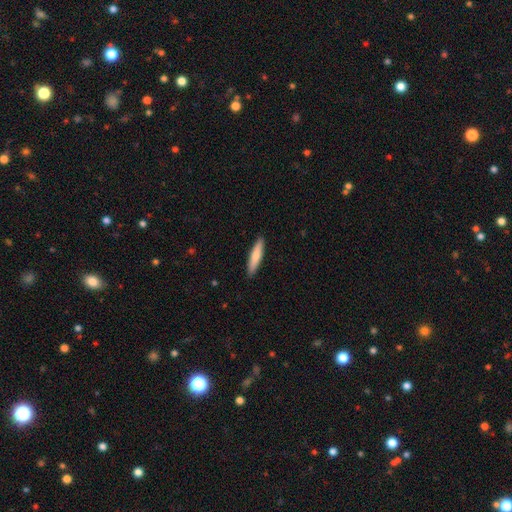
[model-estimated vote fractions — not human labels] smooth 75%, featured or disk 20%, star or artifact 5%. Down the decision tree: how rounded — cigar-shaped (85%); merging — none (91%).